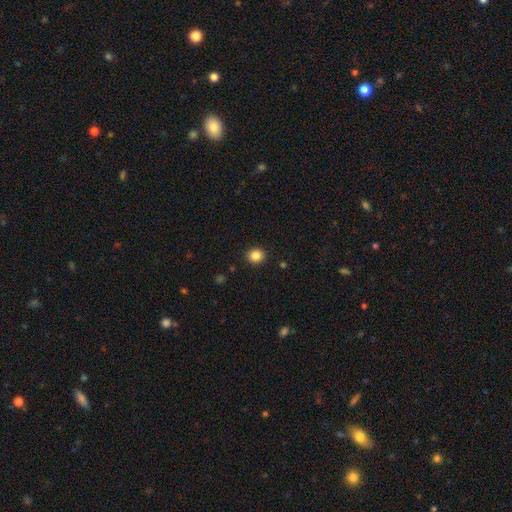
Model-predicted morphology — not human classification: smooth_or_featured: smooth (p=0.85) [alt: star or artifact p=0.11]
how_rounded: round (p=0.83) [alt: in between p=0.16]
merging: none (p=0.92) [alt: minor disturbance p=0.06]